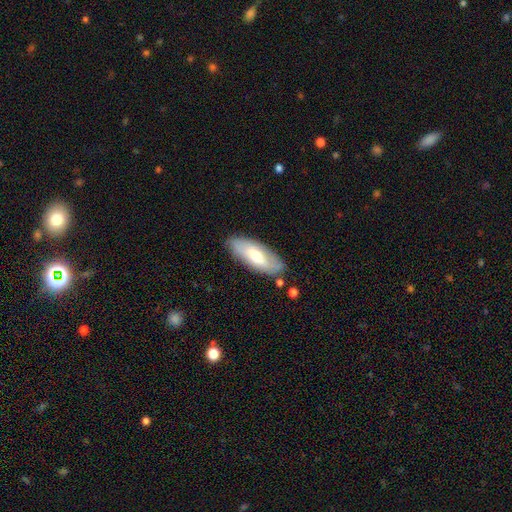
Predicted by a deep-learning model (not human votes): smooth-or-featured: smooth: 57% | featured or disk: 37% | star or artifact: 6%
  how-rounded: in between: 74% | cigar-shaped: 24% | round: 2%
  merging: none: 81% | minor disturbance: 14% | major disturbance: 3% | merger: 3%